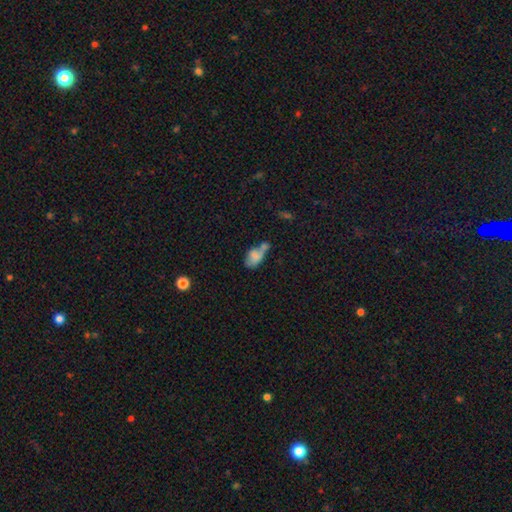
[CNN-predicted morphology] Smooth or featured? Predicted: smooth (p=0.69). How rounded? Predicted: in between (p=0.87). Merging? Predicted: merger (p=0.41).